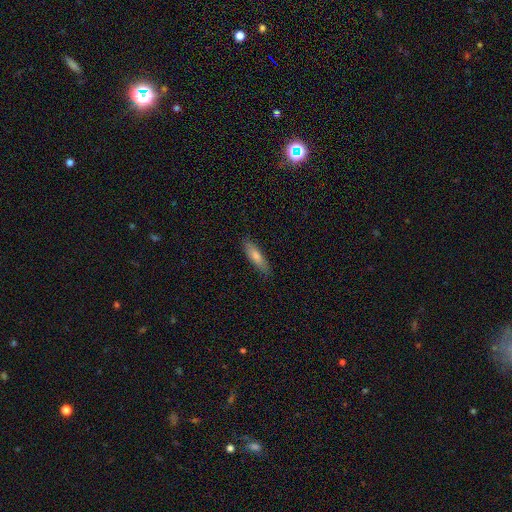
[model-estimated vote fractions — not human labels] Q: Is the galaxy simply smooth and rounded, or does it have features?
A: smooth — 70%.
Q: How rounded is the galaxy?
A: cigar-shaped — 71%.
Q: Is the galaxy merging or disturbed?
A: none — 86%.